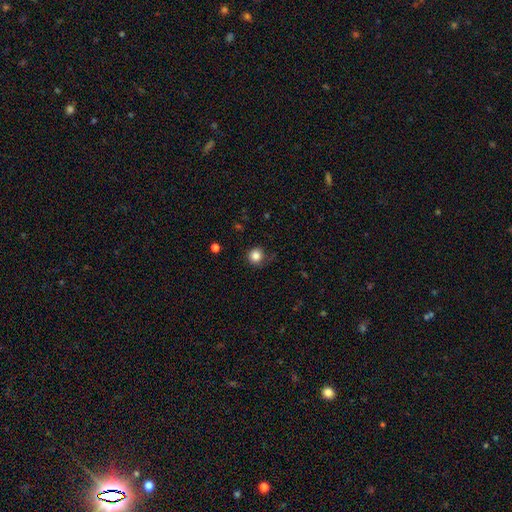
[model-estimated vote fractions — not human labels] smooth-or-featured: smooth: 84% | star or artifact: 11% | featured or disk: 5%
  how-rounded: round: 93% | in between: 6% | cigar-shaped: 1%
  merging: none: 81% | minor disturbance: 14% | major disturbance: 4% | merger: 1%